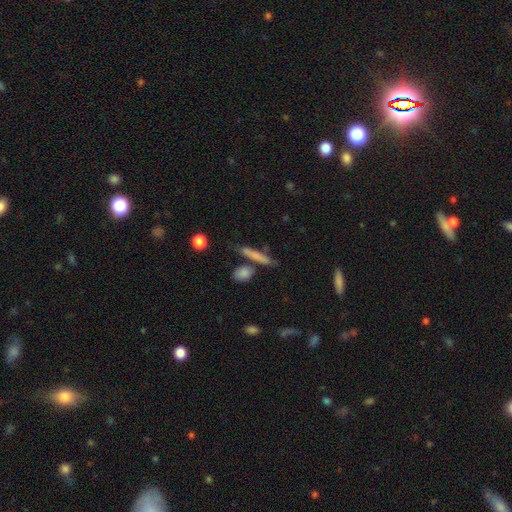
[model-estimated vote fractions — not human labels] This appears to be a smooth galaxy with no disk features (67%) that is cigar-shaped (84%). Merging: none (71%).